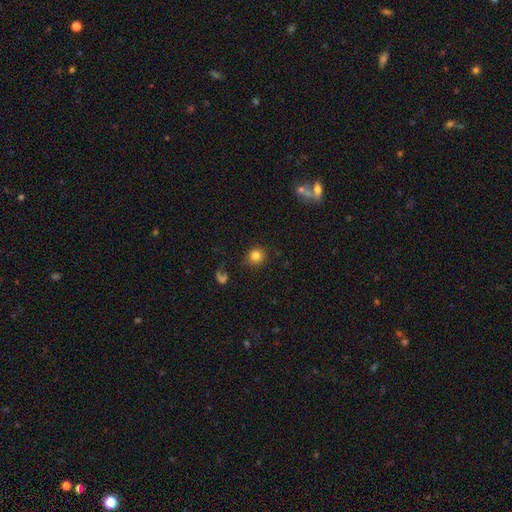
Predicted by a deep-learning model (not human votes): Smooth or featured: smooth — 81% (star or artifact — 12%)
How rounded: round — 90% (in between — 9%)
Merging: none — 86% (minor disturbance — 9%)